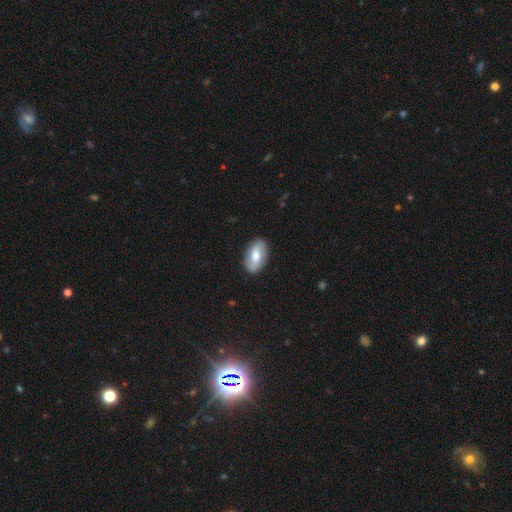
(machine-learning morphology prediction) smooth 57%, featured or disk 37%, star or artifact 6%. Down the decision tree: how rounded — in between (92%); merging — none (88%).